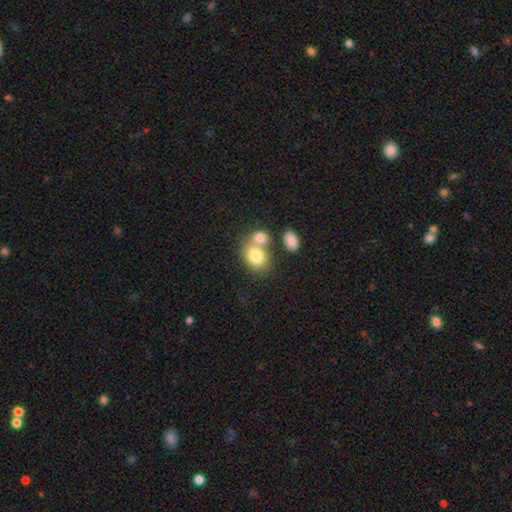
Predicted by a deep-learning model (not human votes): This is likely a smooth galaxy (78%). How rounded: likely in between (64%). Merging: possibly merger (50%).